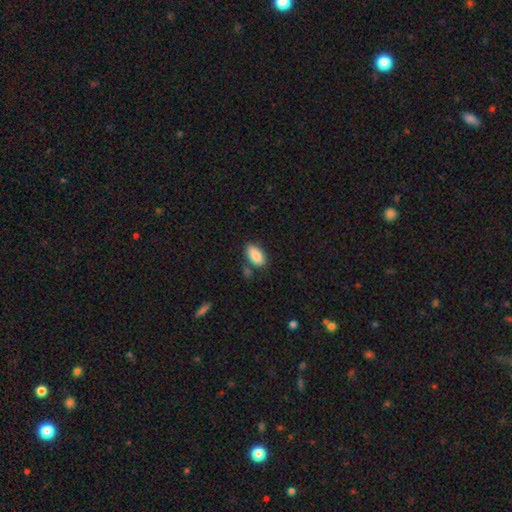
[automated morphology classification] Overall: smooth (87%). How rounded: in between (93%). Merging: none (74%).